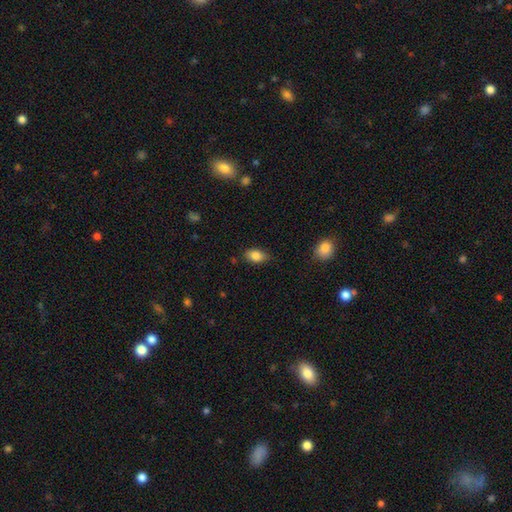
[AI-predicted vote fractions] smooth-or-featured: smooth: 85% | star or artifact: 8% | featured or disk: 7%
  how-rounded: in between: 87% | round: 10% | cigar-shaped: 2%
  merging: none: 79% | minor disturbance: 17% | major disturbance: 3% | merger: 2%